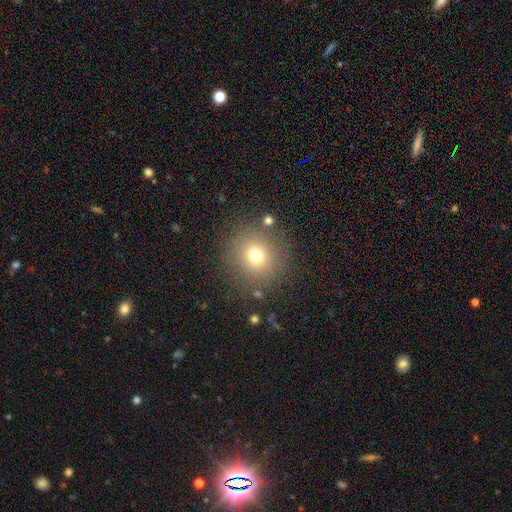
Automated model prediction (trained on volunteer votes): This appears to be a smooth galaxy with no disk features (72%) that is round (93%). Merging: none (84%).